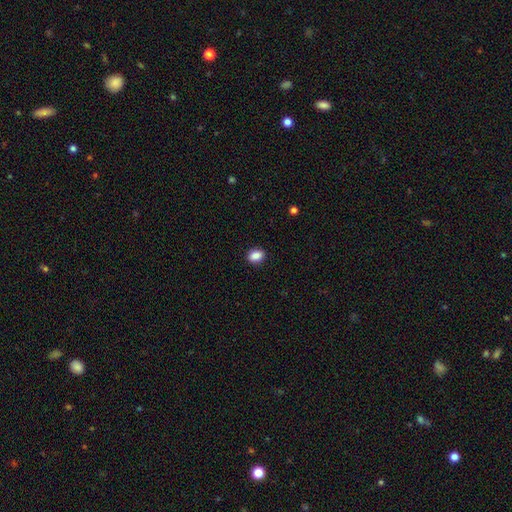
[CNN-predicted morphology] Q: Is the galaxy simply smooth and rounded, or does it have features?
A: smooth — 88%.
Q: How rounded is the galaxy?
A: in between — 65%.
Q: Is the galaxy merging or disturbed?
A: none — 90%.